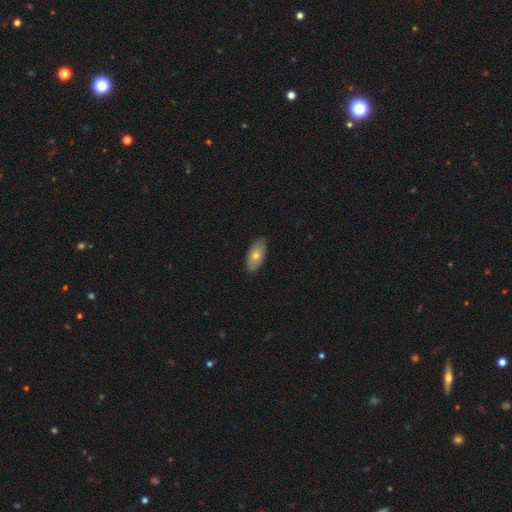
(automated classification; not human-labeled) smooth_or_featured: smooth (p=0.66) [alt: featured or disk p=0.27]
how_rounded: in between (p=0.90) [alt: cigar-shaped p=0.07]
merging: none (p=0.86) [alt: minor disturbance p=0.11]